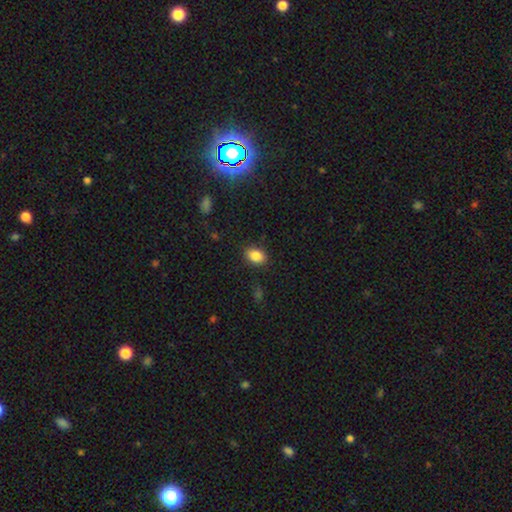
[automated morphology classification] Q: Smooth or featured?
A: smooth (86%); runner-up: star or artifact (9%)
Q: How rounded?
A: in between (78%); runner-up: round (21%)
Q: Merging?
A: none (86%); runner-up: minor disturbance (10%)